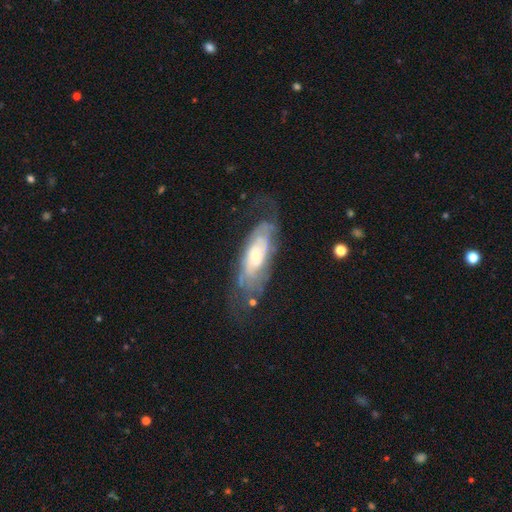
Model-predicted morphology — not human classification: This is likely a featured or disk galaxy (69%). It is clearly not viewed edge-on (85%). Bar: likely no (74%). Spiral arm pattern: likely yes (77%). Central bulge: possibly small (52%). Merging: possibly none (55%).